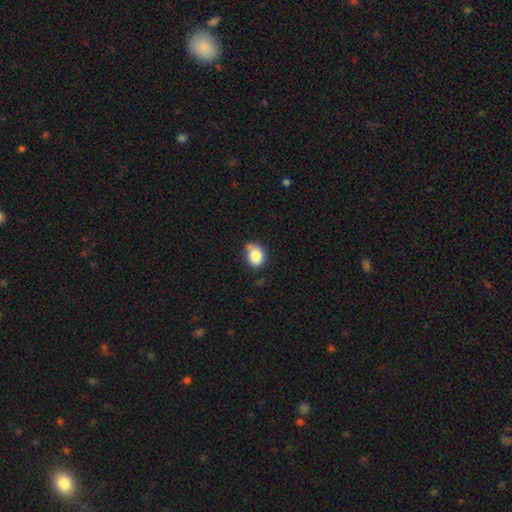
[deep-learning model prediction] Q: Smooth or featured?
A: smooth (84%); runner-up: star or artifact (9%)
Q: How rounded?
A: round (51%); runner-up: in between (48%)
Q: Merging?
A: none (55%); runner-up: minor disturbance (30%)